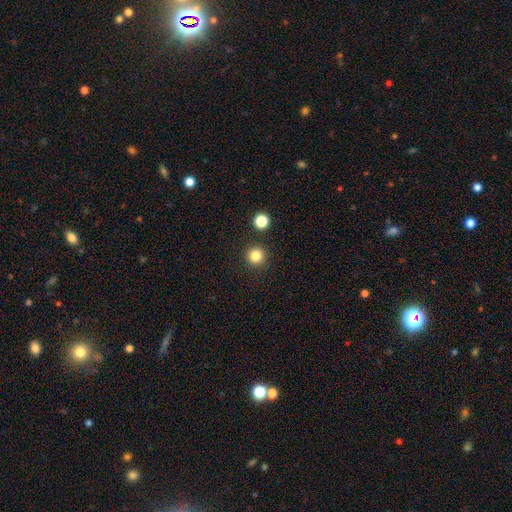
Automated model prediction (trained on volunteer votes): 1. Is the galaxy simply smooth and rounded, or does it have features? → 83% smooth, 13% star or artifact, 4% featured or disk.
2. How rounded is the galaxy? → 96% round, 3% in between, 1% cigar-shaped.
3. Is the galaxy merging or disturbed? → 90% none, 5% minor disturbance, 3% merger, 2% major disturbance.